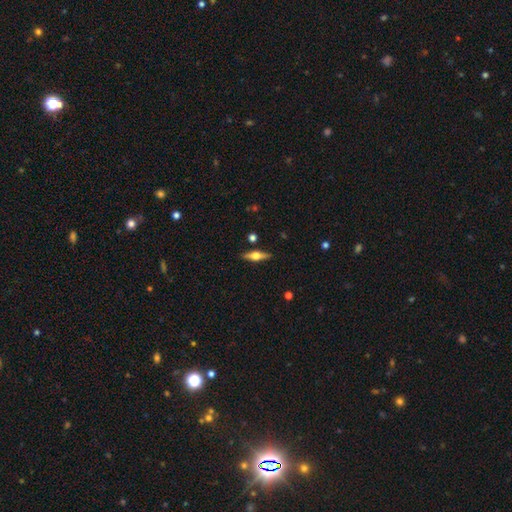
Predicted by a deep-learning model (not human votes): smooth_or_featured: featured or disk (p=0.64) [alt: smooth p=0.29]
disk_edge_on: yes (p=0.96) [alt: no p=0.04]
edge_on_bulge: rounded (p=0.94) [alt: boxy p=0.05]
merging: none (p=0.88) [alt: minor disturbance p=0.08]